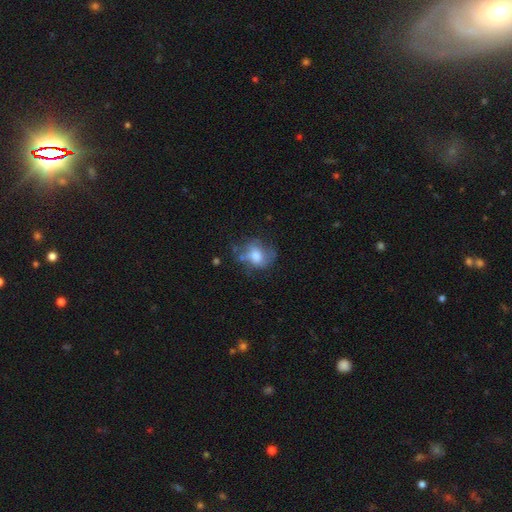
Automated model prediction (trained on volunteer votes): A smooth galaxy with no disk features (46%). Merging: none (47%).